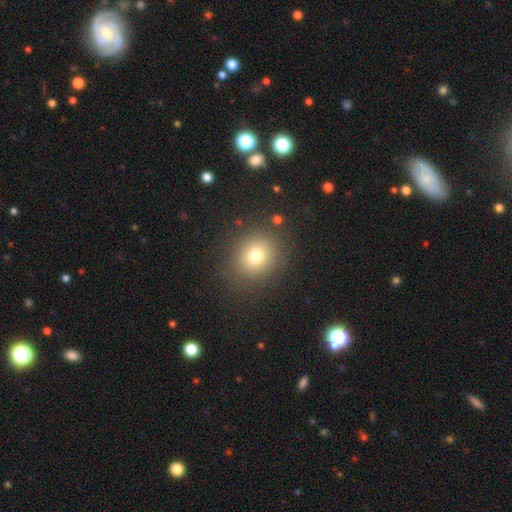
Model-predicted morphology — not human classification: Smooth or featured: smooth — 75% (star or artifact — 15%)
How rounded: round — 79% (in between — 20%)
Merging: none — 85% (minor disturbance — 9%)